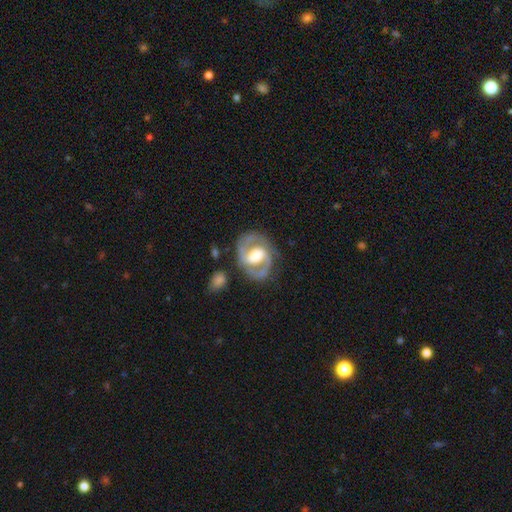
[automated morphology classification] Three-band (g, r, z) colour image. It shows a featured or disk galaxy (83%) with a weak bar (43%), 2 (89%) medium (53%) spiral arms (90%) and a moderate central bulge (52%). Merging: none (77%).